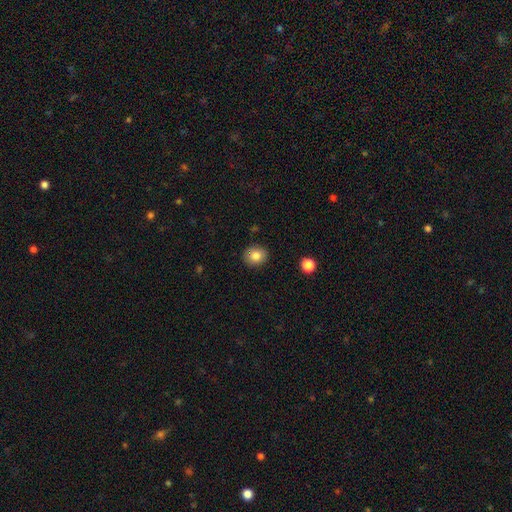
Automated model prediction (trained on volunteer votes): smooth-or-featured: smooth: 83% | star or artifact: 9% | featured or disk: 8%
  how-rounded: round: 70% | in between: 29% | cigar-shaped: 1%
  merging: none: 89% | minor disturbance: 8% | major disturbance: 2% | merger: 1%